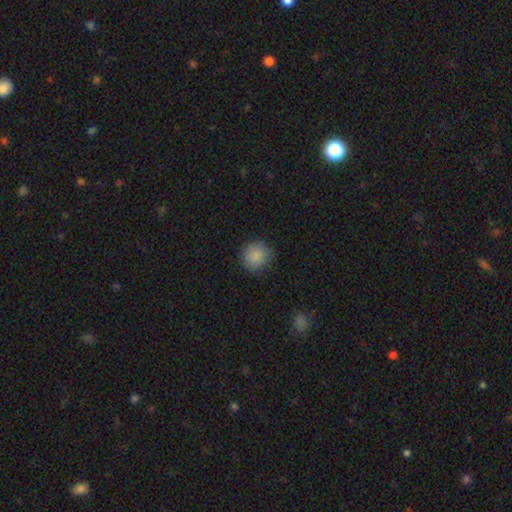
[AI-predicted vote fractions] Smooth or featured? Predicted: smooth (p=0.87). How rounded? Predicted: round (p=0.91). Merging? Predicted: none (p=0.86).